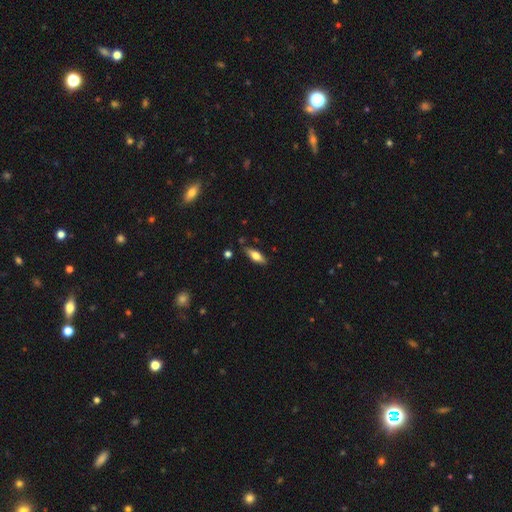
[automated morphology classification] Overall: smooth (61%; featured or disk 33%). How rounded: in between (59%; cigar-shaped 39%). Merging: none (82%).